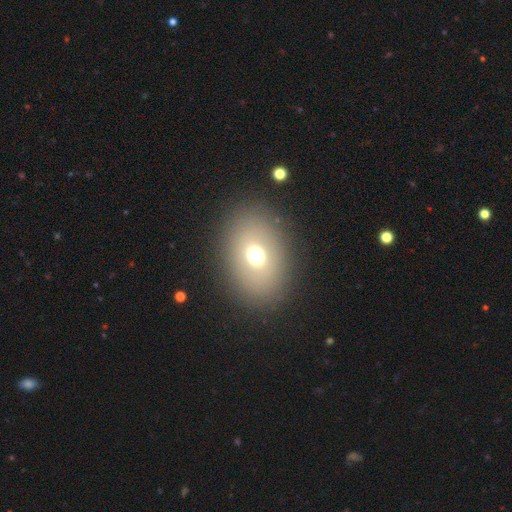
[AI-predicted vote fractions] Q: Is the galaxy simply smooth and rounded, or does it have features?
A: smooth — 66%.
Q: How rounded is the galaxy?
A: in between — 68%.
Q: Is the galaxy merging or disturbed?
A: none — 86%.